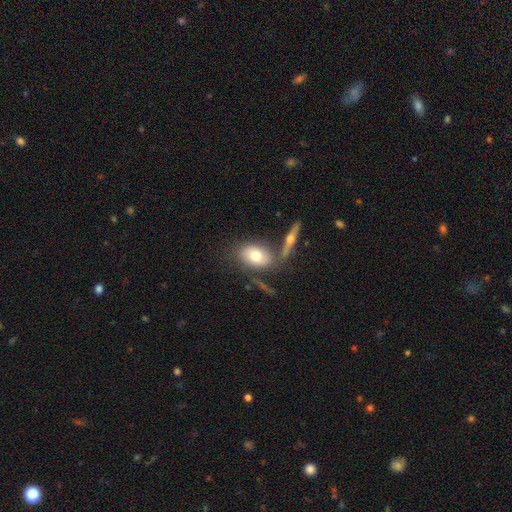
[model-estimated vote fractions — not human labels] smooth-or-featured: smooth: 67% | featured or disk: 26% | star or artifact: 7%
  how-rounded: in between: 80% | round: 16% | cigar-shaped: 4%
  merging: none: 57% | merger: 21% | minor disturbance: 15% | major disturbance: 7%